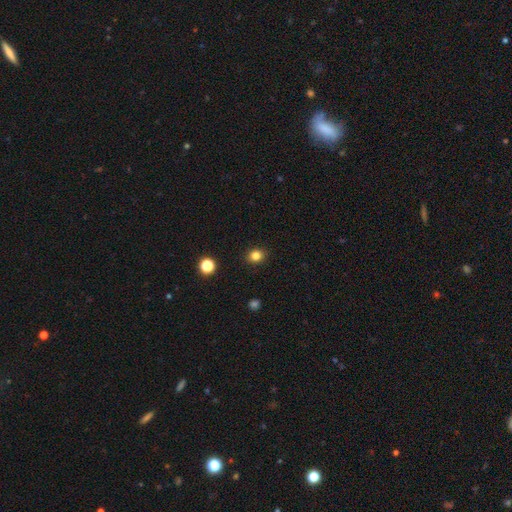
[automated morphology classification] Smooth or featured?
  - smooth: 83% *
  - star or artifact: 12%
  - featured or disk: 5%
How rounded?
  - round: 66% *
  - in between: 33%
  - cigar-shaped: 1%
Merging?
  - none: 90% *
  - minor disturbance: 7%
  - major disturbance: 2%
  - merger: 1%